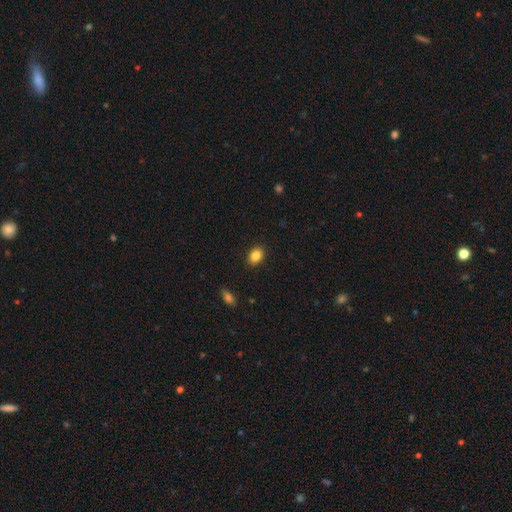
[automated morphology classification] Q: Smooth or featured?
A: smooth (85%); runner-up: star or artifact (9%)
Q: How rounded?
A: in between (77%); runner-up: round (22%)
Q: Merging?
A: none (89%); runner-up: minor disturbance (8%)